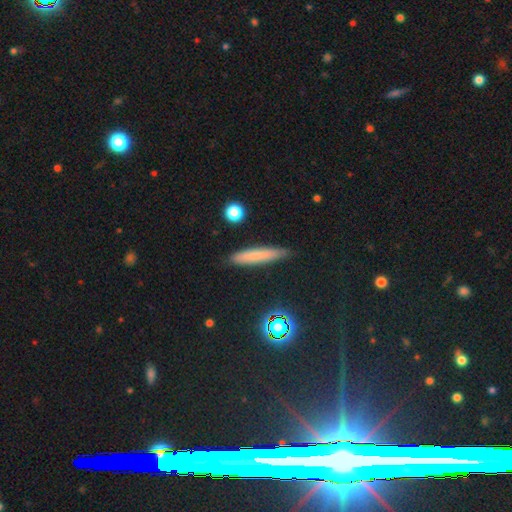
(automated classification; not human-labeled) Smooth or featured: smooth — 68% (featured or disk — 20%)
How rounded: cigar-shaped — 90% (in between — 8%)
Merging: none — 86% (minor disturbance — 10%)